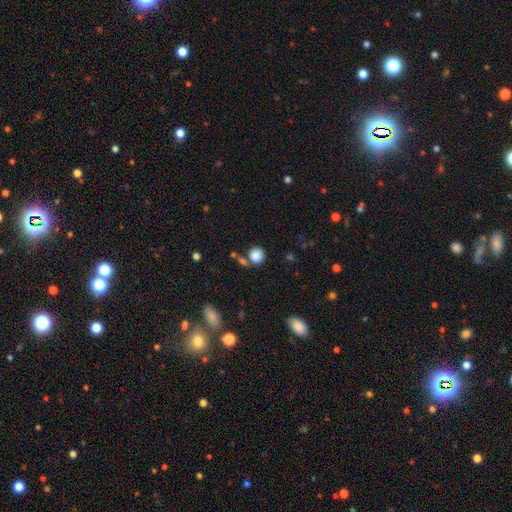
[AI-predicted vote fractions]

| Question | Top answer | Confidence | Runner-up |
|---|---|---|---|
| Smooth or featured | smooth | 85% | star or artifact (10%) |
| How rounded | round | 88% | in between (11%) |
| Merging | none | 69% | merger (16%) |